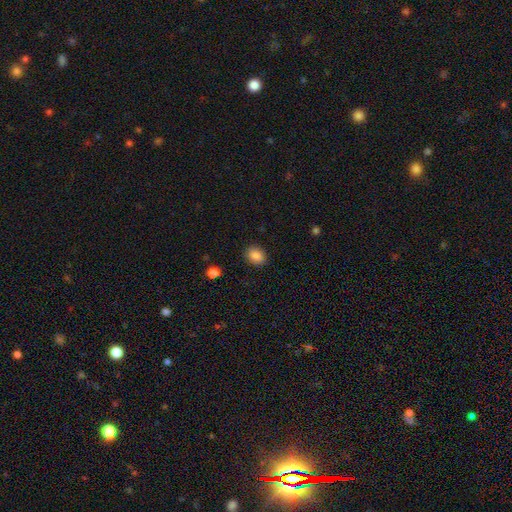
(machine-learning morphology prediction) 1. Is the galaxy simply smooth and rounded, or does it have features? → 87% smooth, 9% star or artifact, 4% featured or disk.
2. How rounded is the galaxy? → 51% in between, 48% round, 1% cigar-shaped.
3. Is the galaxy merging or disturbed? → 87% none, 9% minor disturbance, 2% major disturbance, 1% merger.